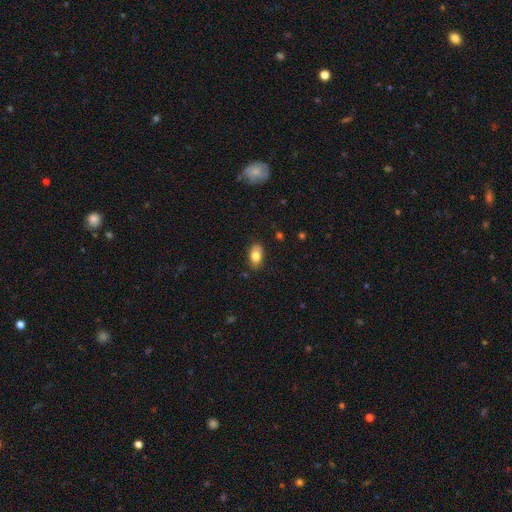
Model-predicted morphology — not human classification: Smooth or featured? Predicted: smooth (p=0.79). How rounded? Predicted: in between (p=0.89). Merging? Predicted: none (p=0.80).